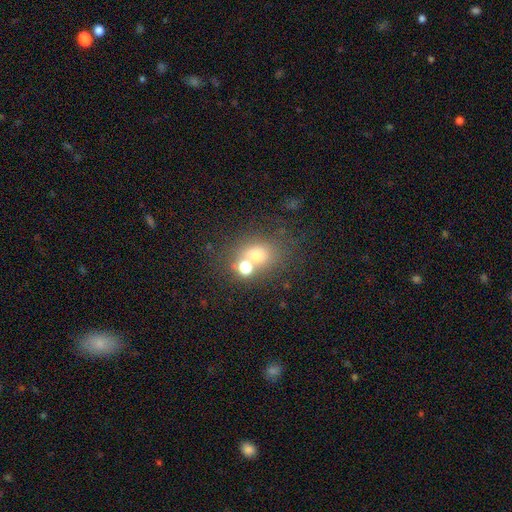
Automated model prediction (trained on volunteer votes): Smooth or featured? smooth (65%)
How rounded? round (63%)
Merging? none (48%)